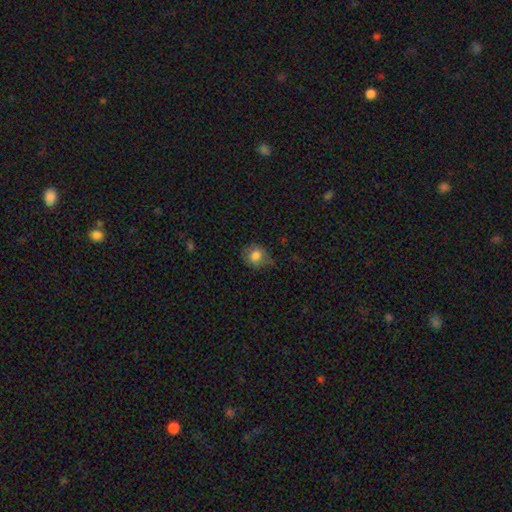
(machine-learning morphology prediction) smooth_or_featured: smooth (p=0.81) [alt: star or artifact p=0.10]
how_rounded: round (p=0.78) [alt: in between p=0.21]
merging: none (p=0.65) [alt: minor disturbance p=0.26]